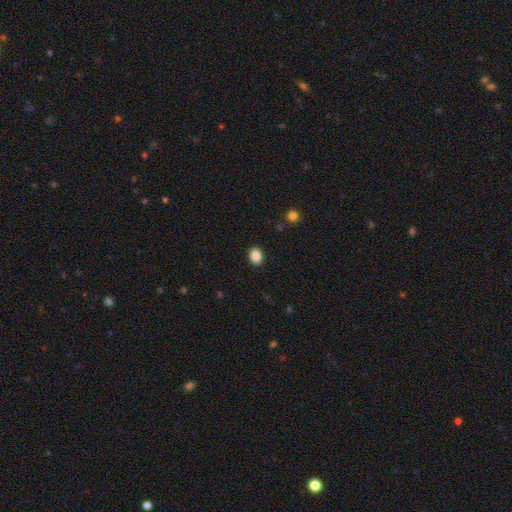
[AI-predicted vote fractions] This appears to be a smooth galaxy with no disk features (88%) that is in between round and cigar-shaped (57%). Merging: none (90%).